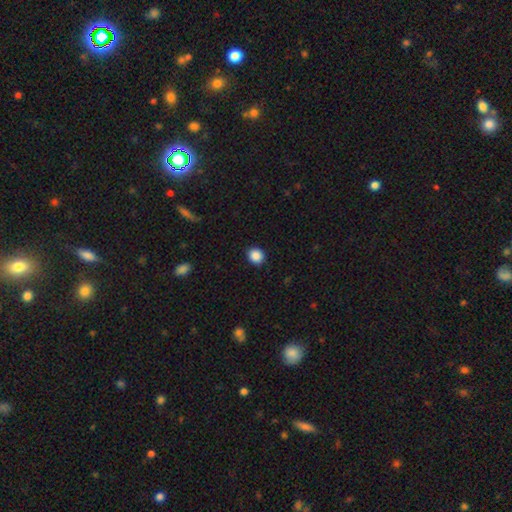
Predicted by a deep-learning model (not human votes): smooth-or-featured: smooth: 88% | star or artifact: 9% | featured or disk: 3%
  how-rounded: round: 78% | in between: 21% | cigar-shaped: 1%
  merging: none: 91% | minor disturbance: 6% | major disturbance: 2% | merger: 1%